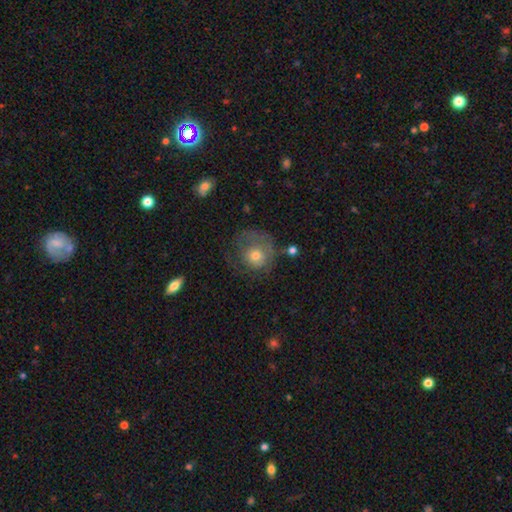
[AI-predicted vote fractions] Smooth or featured? Predicted: smooth (p=0.56). How rounded? Predicted: round (p=0.84). Merging? Predicted: none (p=0.46).